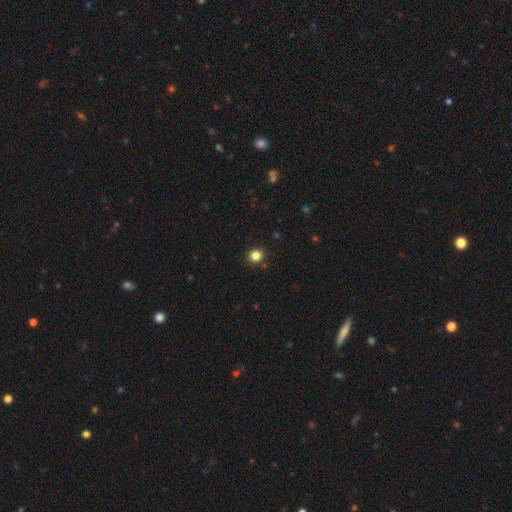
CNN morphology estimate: Smooth or featured? Predicted: smooth (p=0.83). How rounded? Predicted: round (p=0.89). Merging? Predicted: none (p=0.91).